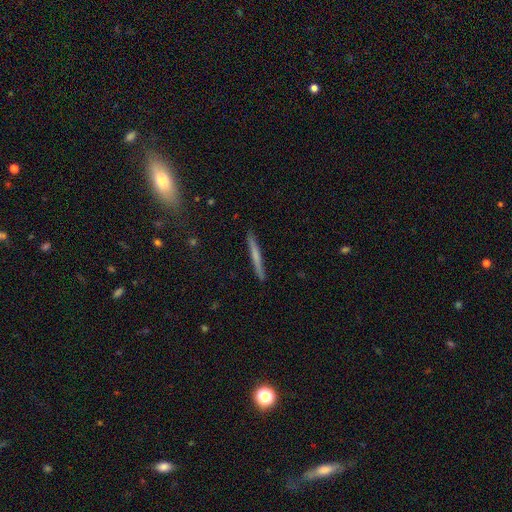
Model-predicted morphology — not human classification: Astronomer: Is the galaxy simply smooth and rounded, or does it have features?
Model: smooth — 54% (runner-up: featured or disk, 40%).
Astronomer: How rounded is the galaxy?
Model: cigar-shaped — 96%.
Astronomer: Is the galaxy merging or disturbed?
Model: none — 91%.